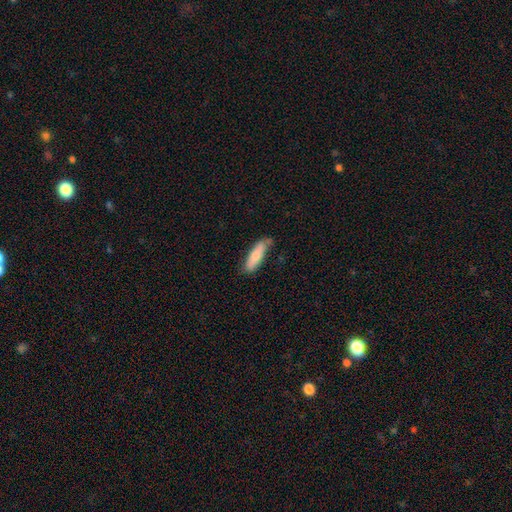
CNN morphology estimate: Smooth or featured?
  - smooth: 77% *
  - featured or disk: 17%
  - star or artifact: 6%
How rounded?
  - cigar-shaped: 60% *
  - in between: 38%
  - round: 2%
Merging?
  - none: 69% *
  - minor disturbance: 24%
  - major disturbance: 4%
  - merger: 3%